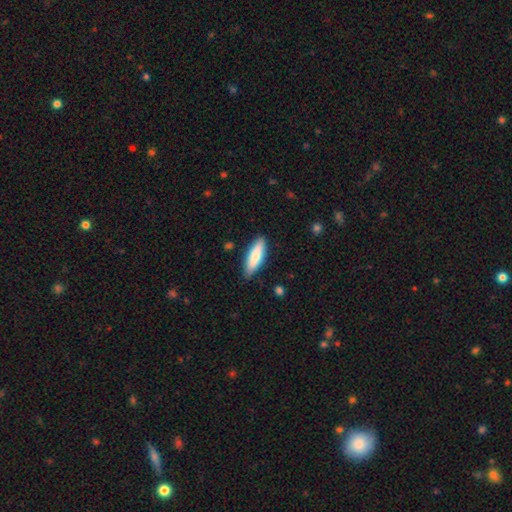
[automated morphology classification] smooth_or_featured: smooth (p=0.79) [alt: featured or disk p=0.15]
how_rounded: cigar-shaped (p=0.50) [alt: in between p=0.49]
merging: none (p=0.85) [alt: minor disturbance p=0.12]